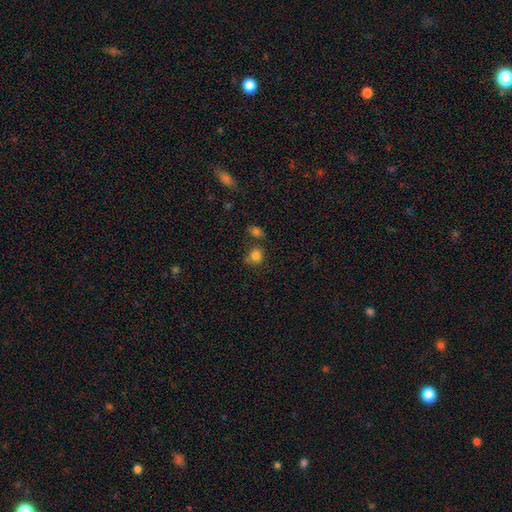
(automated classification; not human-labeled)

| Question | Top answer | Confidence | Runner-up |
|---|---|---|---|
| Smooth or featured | smooth | 82% | star or artifact (12%) |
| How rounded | round | 76% | in between (23%) |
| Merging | none | 63% | merger (17%) |